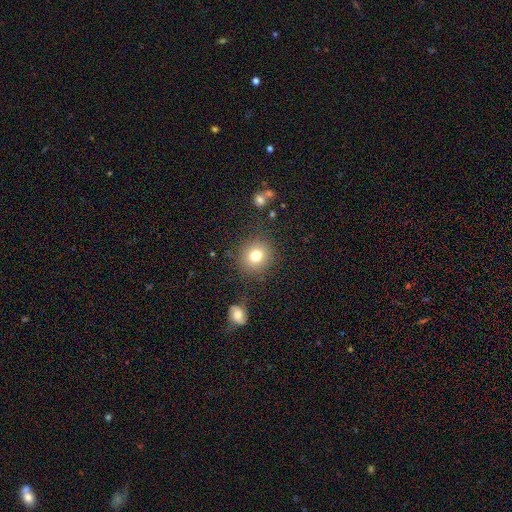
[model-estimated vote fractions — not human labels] smooth-or-featured: smooth: 78% | star or artifact: 12% | featured or disk: 10%
  how-rounded: round: 88% | in between: 11% | cigar-shaped: 1%
  merging: none: 85% | minor disturbance: 9% | major disturbance: 4% | merger: 3%